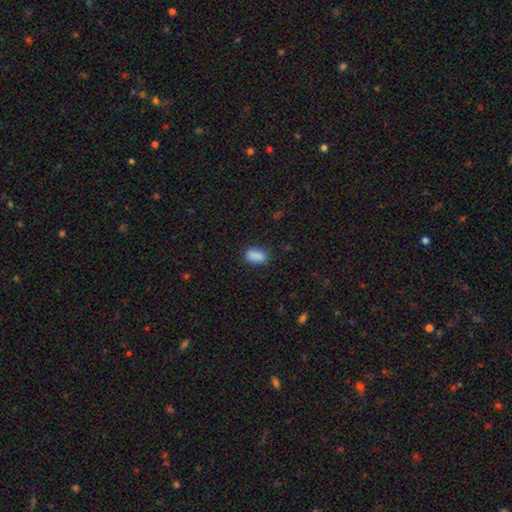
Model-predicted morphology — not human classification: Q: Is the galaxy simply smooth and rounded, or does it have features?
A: smooth — 88%.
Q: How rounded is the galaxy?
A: in between — 89%.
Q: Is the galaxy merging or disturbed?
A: none — 83%.